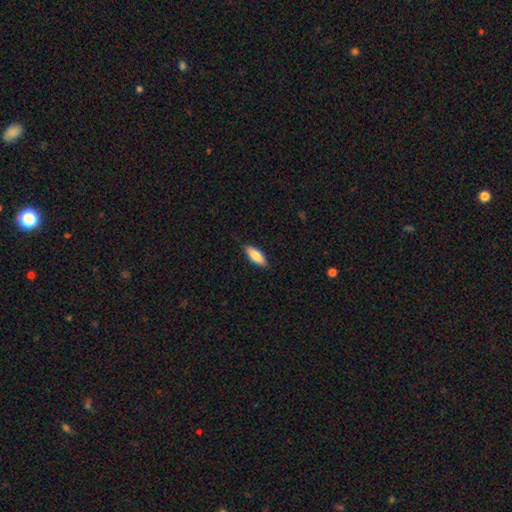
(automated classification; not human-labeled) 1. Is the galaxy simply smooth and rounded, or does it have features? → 85% smooth, 10% featured or disk, 6% star or artifact.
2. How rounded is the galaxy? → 71% in between, 27% cigar-shaped, 2% round.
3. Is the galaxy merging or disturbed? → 85% none, 12% minor disturbance, 2% major disturbance, 1% merger.